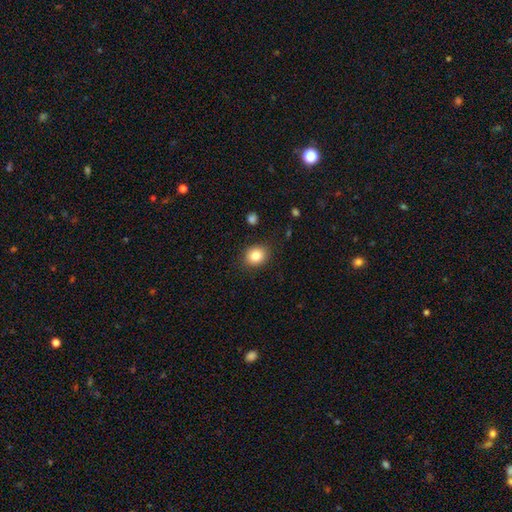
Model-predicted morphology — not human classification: This is clearly a smooth galaxy (83%). How rounded: likely round (65%). Merging: clearly none (88%).